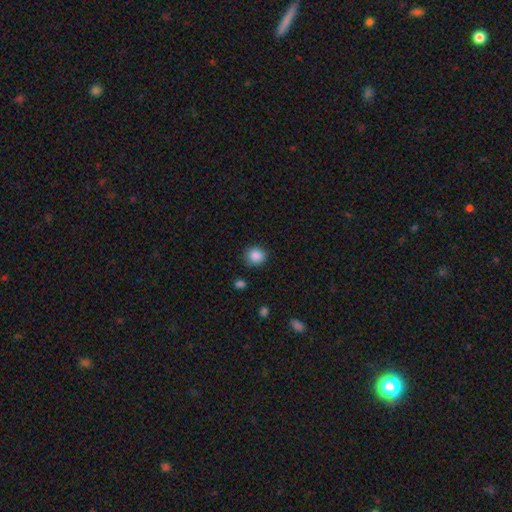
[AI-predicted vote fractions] The model was most divided on "how rounded": round: 88%, in between: 11%, cigar-shaped: 1%. More confident: merging — none (88%); smooth or featured — smooth (87%).